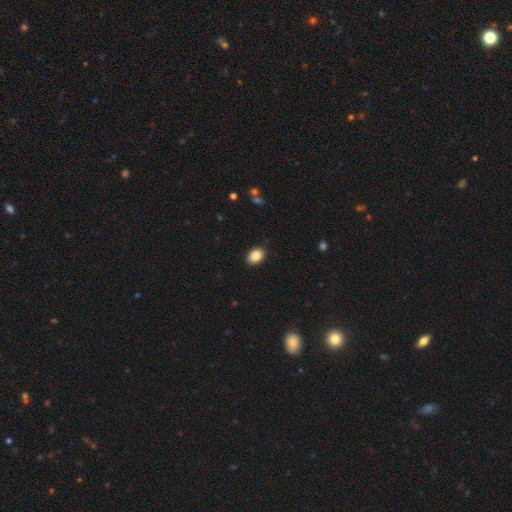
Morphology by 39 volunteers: Smooth or featured? 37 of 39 (95%) said smooth. How rounded? 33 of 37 (89%) said in between. Merging? 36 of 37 (97%) said none.